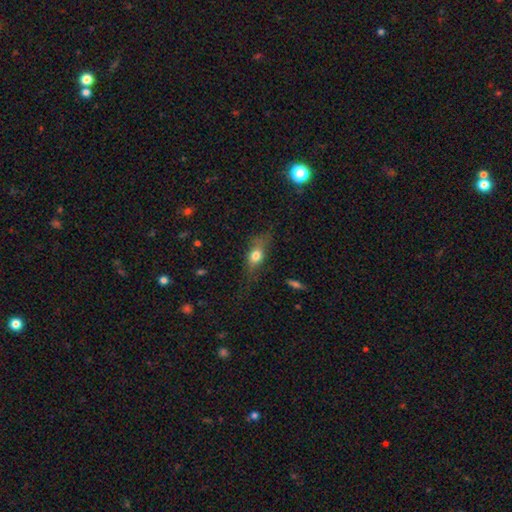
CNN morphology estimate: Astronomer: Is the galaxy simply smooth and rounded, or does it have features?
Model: smooth — 67%.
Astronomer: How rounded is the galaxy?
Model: in between — 66%.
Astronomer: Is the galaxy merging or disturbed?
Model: none — 58%.